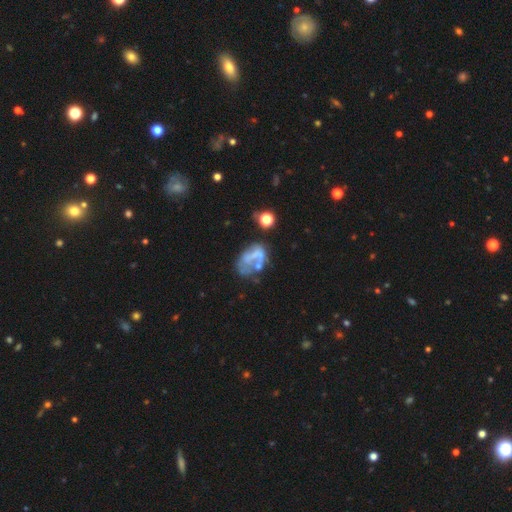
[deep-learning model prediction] The model was most divided on "merging": none: 32%, major disturbance: 31%, minor disturbance: 21%, merger: 16%. More confident: edge-on disk — no (98%); spiral arms — no (88%); bar — no (85%); bulge size — none (73%); smooth or featured — featured or disk (52%).